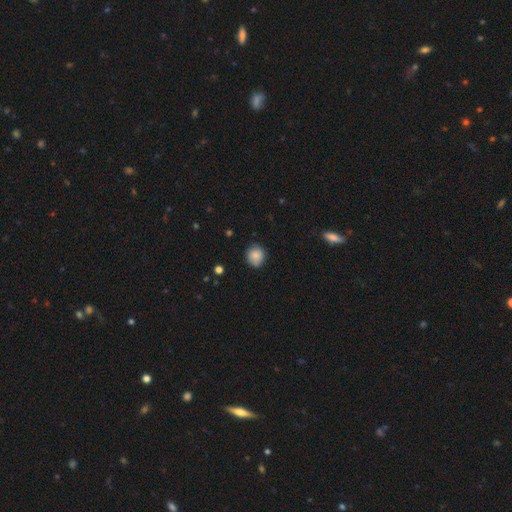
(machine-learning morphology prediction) A smooth galaxy with no disk features (83%) that is round (84%). Merging: none (82%).